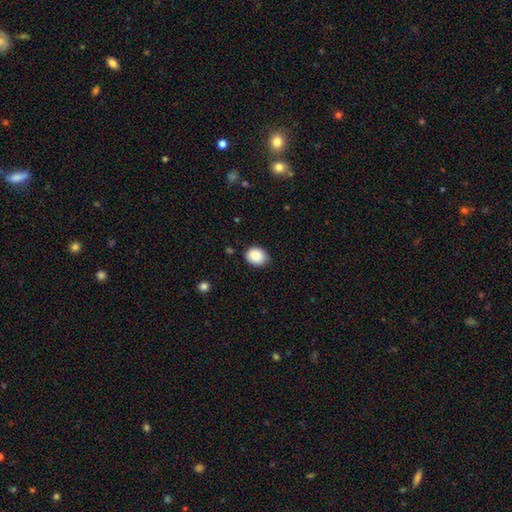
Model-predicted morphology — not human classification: The model was most divided on "how rounded": in between: 52%, round: 48%, cigar-shaped: 1%. More confident: smooth or featured — smooth (87%); merging — none (83%).